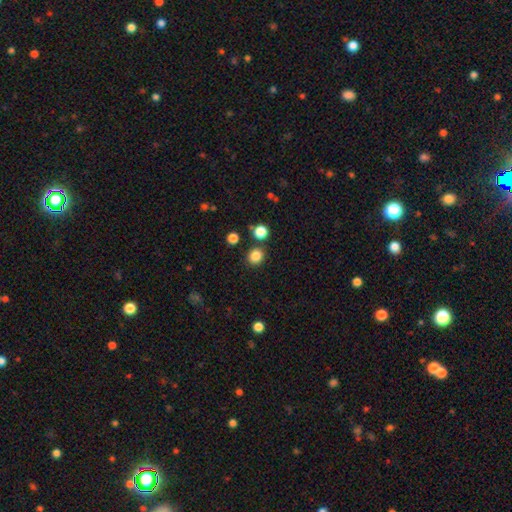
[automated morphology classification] Overall: smooth (84%). How rounded: round (84%). Merging: none (85%).